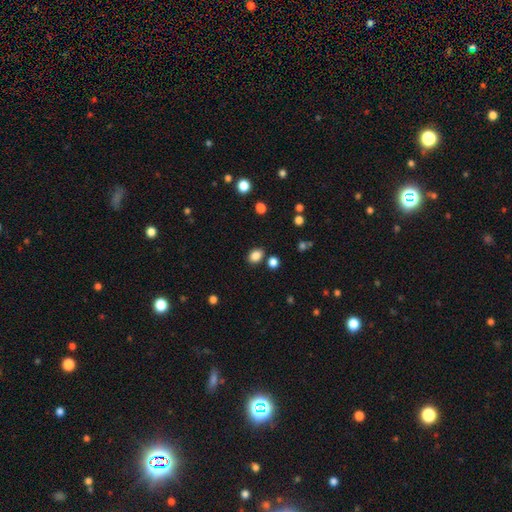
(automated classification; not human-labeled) A smooth galaxy with no disk features (85%) that is in between round and cigar-shaped (67%). Merging: none (82%).